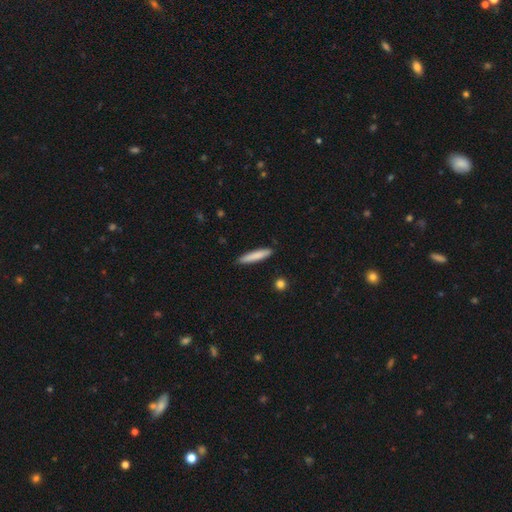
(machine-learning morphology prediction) The model was most divided on "smooth or featured": smooth: 82%, featured or disk: 12%, star or artifact: 6%. More confident: how rounded — cigar-shaped (89%); merging — none (89%).